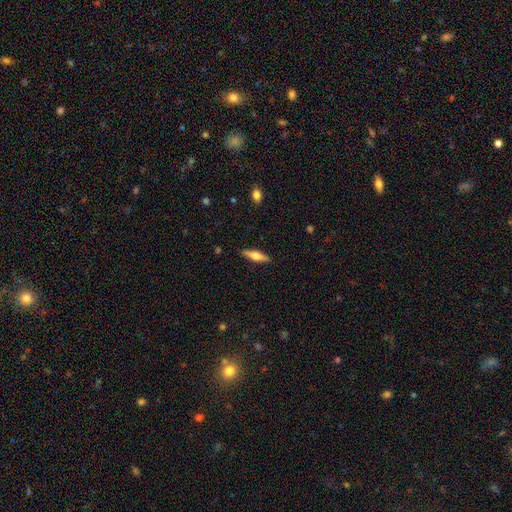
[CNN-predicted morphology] smooth_or_featured: featured or disk (p=0.47) [alt: smooth p=0.46]
merging: none (p=0.89) [alt: minor disturbance p=0.08]